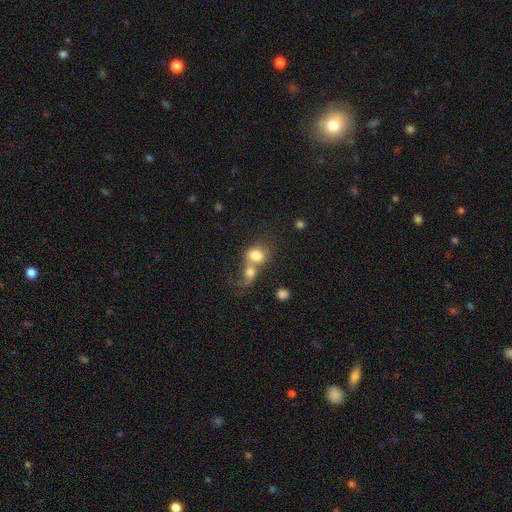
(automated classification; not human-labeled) A smooth galaxy with no disk features (76%) that is round (59%). Merging: merger (69%).